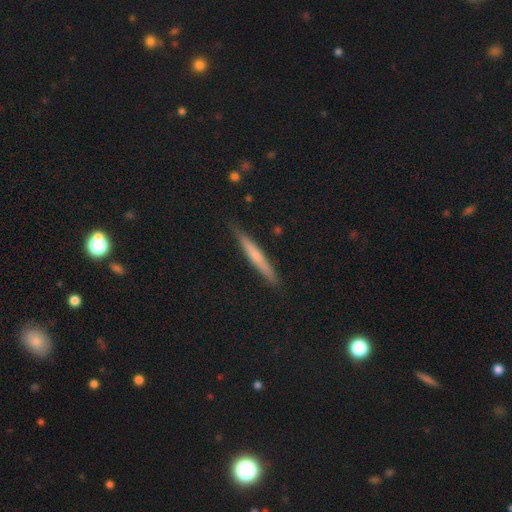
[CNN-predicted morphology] Smooth or featured? Predicted: smooth (p=0.53). How rounded? Predicted: cigar-shaped (p=0.95). Merging? Predicted: none (p=0.87).